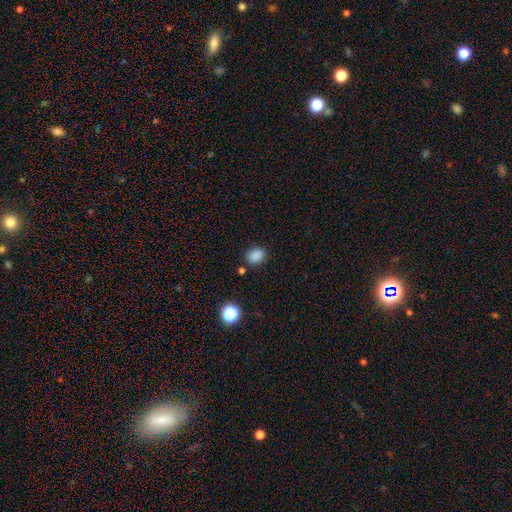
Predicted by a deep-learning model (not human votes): Overall: smooth (85%). How rounded: in between (59%; round 40%). Merging: none (81%).